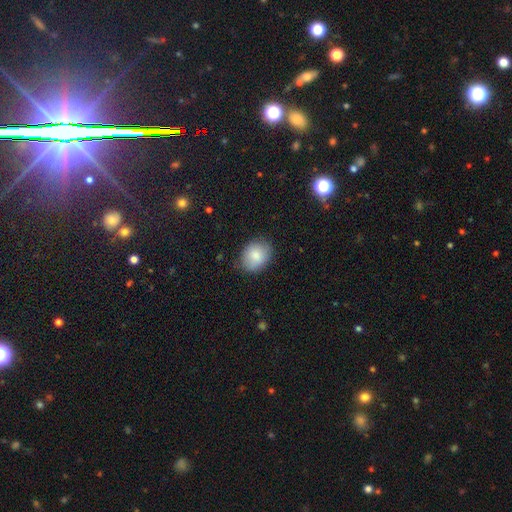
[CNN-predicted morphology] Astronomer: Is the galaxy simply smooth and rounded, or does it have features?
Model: smooth — 84%.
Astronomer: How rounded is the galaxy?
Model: in between — 57% (runner-up: round, 42%).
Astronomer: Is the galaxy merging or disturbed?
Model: none — 78%.